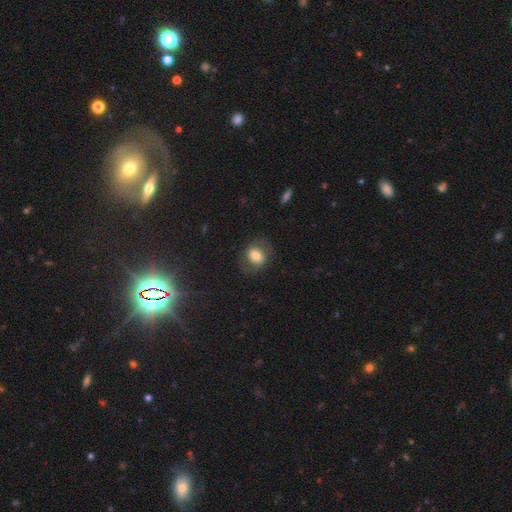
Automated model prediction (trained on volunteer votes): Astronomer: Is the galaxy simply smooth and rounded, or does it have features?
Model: smooth — 66%.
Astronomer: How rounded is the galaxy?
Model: in between — 52% (runner-up: round, 47%).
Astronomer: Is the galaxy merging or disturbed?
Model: none — 72%.